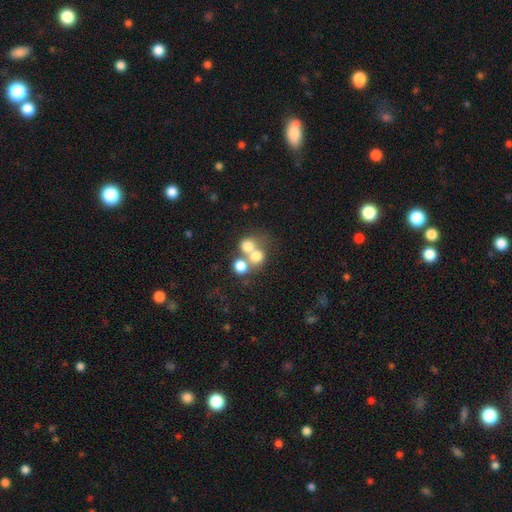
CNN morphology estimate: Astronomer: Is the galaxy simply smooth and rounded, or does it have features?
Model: smooth — 68%.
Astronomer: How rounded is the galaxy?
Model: round — 80%.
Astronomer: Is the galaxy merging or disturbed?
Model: merger — 56% (runner-up: none, 34%).